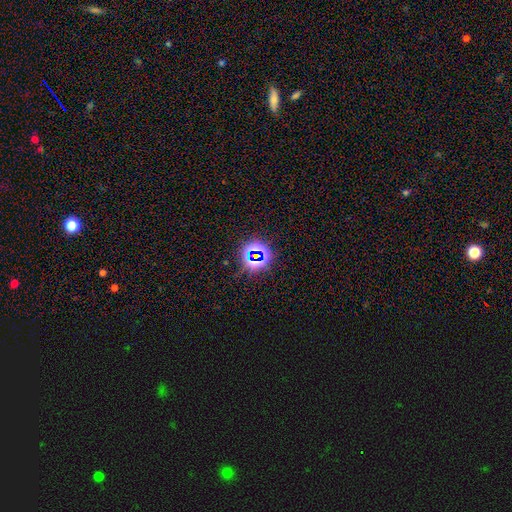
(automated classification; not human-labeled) star or artifact 74%, smooth 18%, featured or disk 9%.